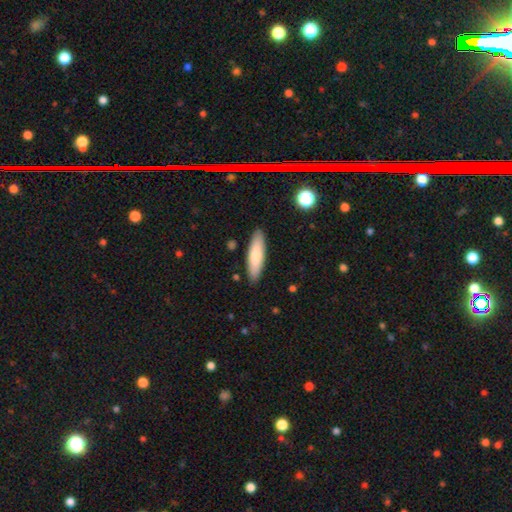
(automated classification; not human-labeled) smooth-or-featured: smooth: 75% | featured or disk: 19% | star or artifact: 6%
  how-rounded: cigar-shaped: 65% | in between: 34% | round: 2%
  merging: none: 89% | minor disturbance: 8% | major disturbance: 2% | merger: 1%